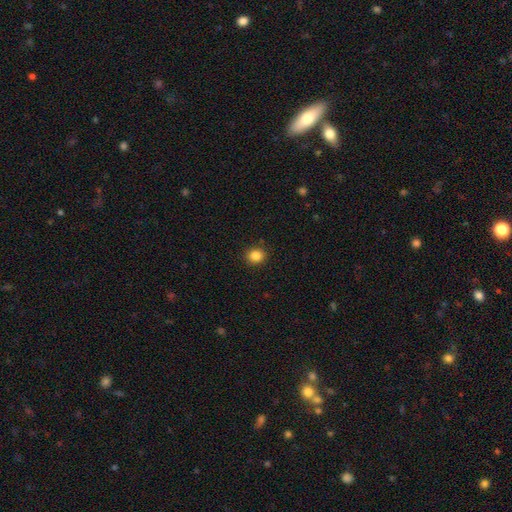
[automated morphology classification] Smooth or featured: smooth — 85% (star or artifact — 11%)
How rounded: round — 82% (in between — 17%)
Merging: none — 89% (minor disturbance — 7%)